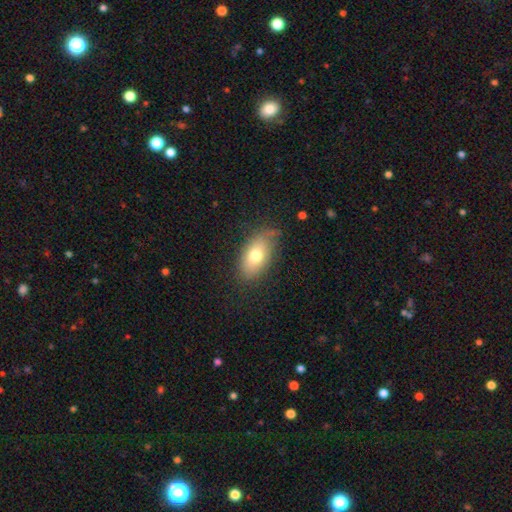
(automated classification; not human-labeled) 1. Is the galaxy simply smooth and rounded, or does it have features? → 73% smooth, 19% featured or disk, 8% star or artifact.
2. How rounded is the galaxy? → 90% in between, 7% round, 3% cigar-shaped.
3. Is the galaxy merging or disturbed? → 70% none, 22% minor disturbance, 6% major disturbance, 2% merger.